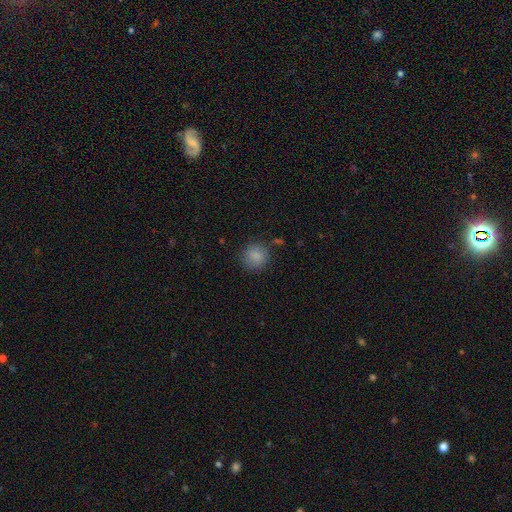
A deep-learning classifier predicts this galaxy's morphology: smooth-or-featured: smooth: 85% | star or artifact: 9% | featured or disk: 6%
  how-rounded: round: 88% | in between: 11% | cigar-shaped: 1%
  merging: none: 81% | minor disturbance: 12% | major disturbance: 4% | merger: 2%